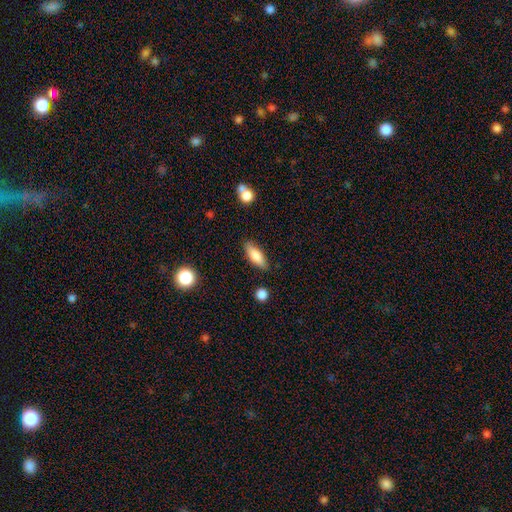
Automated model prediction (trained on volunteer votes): Q: Smooth or featured?
A: smooth (76%); runner-up: featured or disk (17%)
Q: How rounded?
A: in between (63%); runner-up: cigar-shaped (35%)
Q: Merging?
A: none (83%); runner-up: minor disturbance (12%)